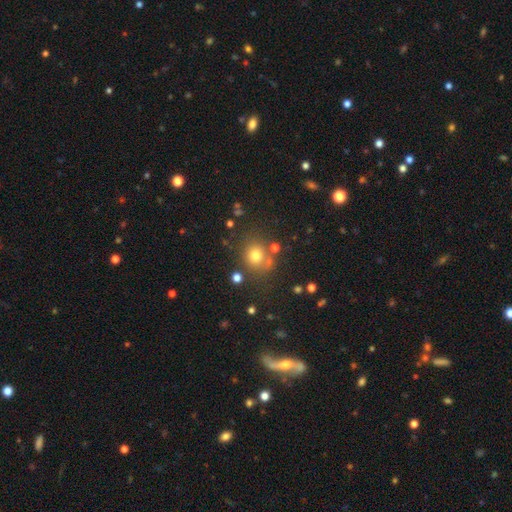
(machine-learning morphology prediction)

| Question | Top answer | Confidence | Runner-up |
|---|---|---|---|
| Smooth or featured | smooth | 73% | star or artifact (17%) |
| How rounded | round | 84% | in between (15%) |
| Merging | none | 74% | minor disturbance (12%) |